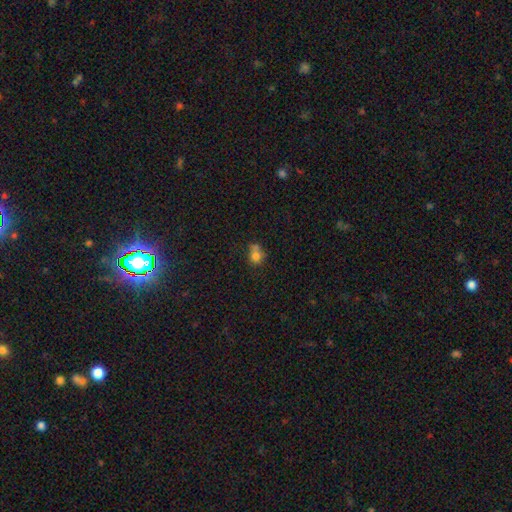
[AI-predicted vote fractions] smooth_or_featured: smooth (p=0.74) [alt: star or artifact p=0.13]
how_rounded: round (p=0.63) [alt: in between p=0.35]
merging: none (p=0.39) [alt: merger p=0.27]